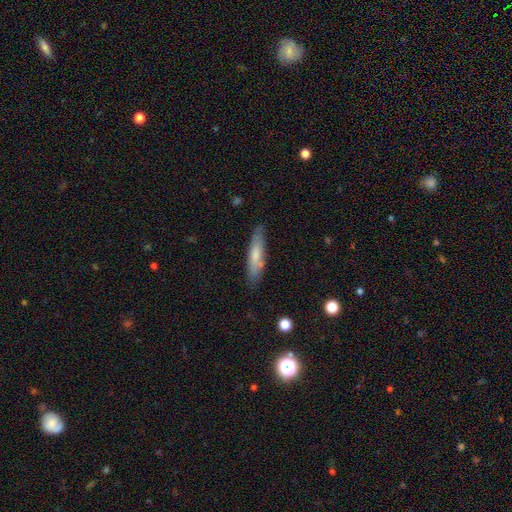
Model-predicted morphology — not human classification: Smooth or featured? smooth (68%)
How rounded? cigar-shaped (77%)
Merging? none (79%)